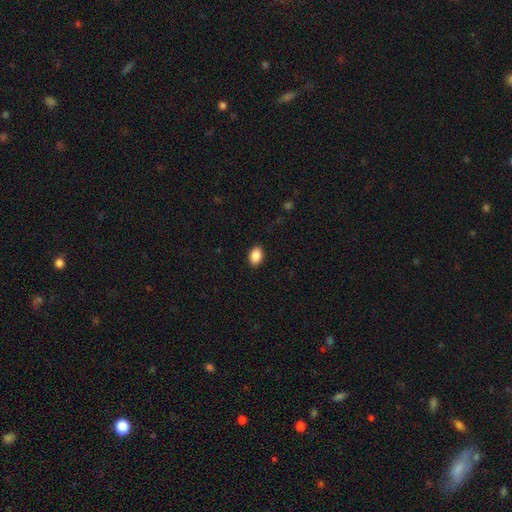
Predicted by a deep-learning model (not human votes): Smooth or featured?
  - smooth: 89% *
  - star or artifact: 8%
  - featured or disk: 3%
How rounded?
  - in between: 81% *
  - round: 18%
  - cigar-shaped: 1%
Merging?
  - none: 89% *
  - minor disturbance: 8%
  - major disturbance: 2%
  - merger: 1%